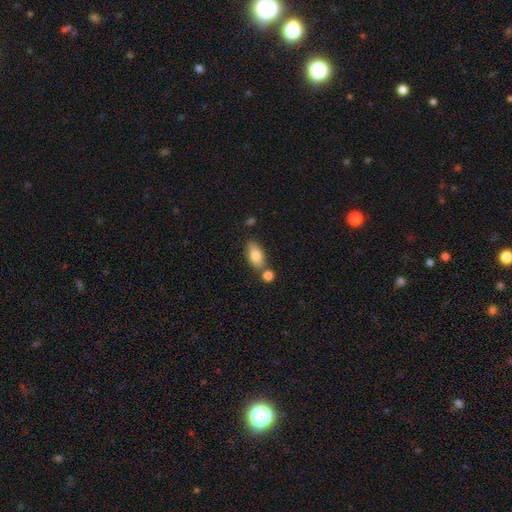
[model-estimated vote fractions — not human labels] smooth-or-featured: smooth: 81% | featured or disk: 12% | star or artifact: 7%
  how-rounded: in between: 88% | cigar-shaped: 7% | round: 5%
  merging: none: 62% | merger: 22% | minor disturbance: 13% | major disturbance: 4%